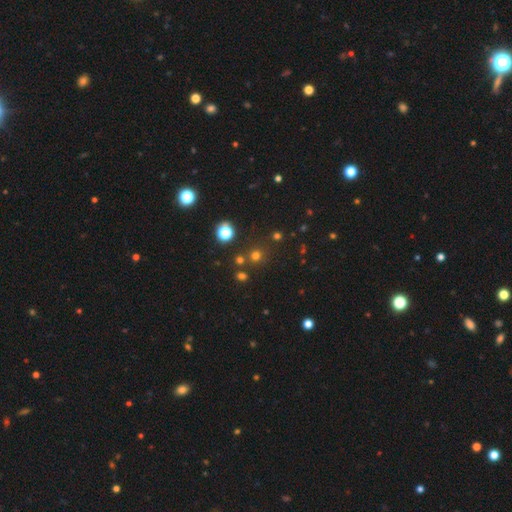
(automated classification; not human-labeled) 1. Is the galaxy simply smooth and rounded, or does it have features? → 64% smooth, 29% star or artifact, 6% featured or disk.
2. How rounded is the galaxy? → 92% round, 7% in between, 1% cigar-shaped.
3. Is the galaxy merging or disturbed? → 81% none, 8% merger, 8% minor disturbance, 3% major disturbance.